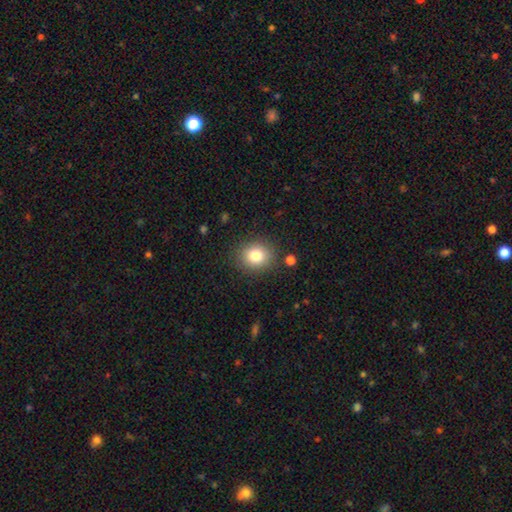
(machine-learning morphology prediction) Overall: smooth (81%). How rounded: round (74%). Merging: none (86%).